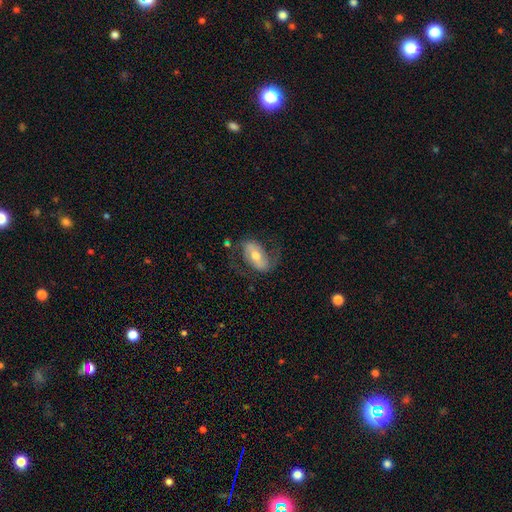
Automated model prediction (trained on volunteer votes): The model was most divided on "bar": strong: 38%, weak: 36%, no: 26%. Remaining: edge-on disk — no (94%); spiral arm count — 2 (87%); spiral arms — yes (85%); smooth or featured — featured or disk (68%); bulge size — moderate (66%); merging — none (66%); spiral winding — loose (44%).